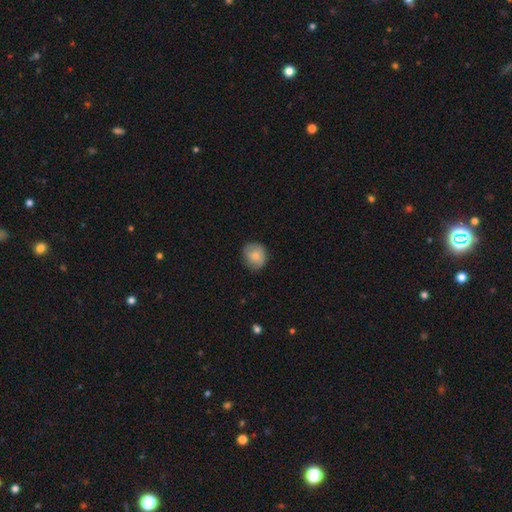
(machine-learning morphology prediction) Overall: smooth (79%). How rounded: round (82%). Merging: none (78%).